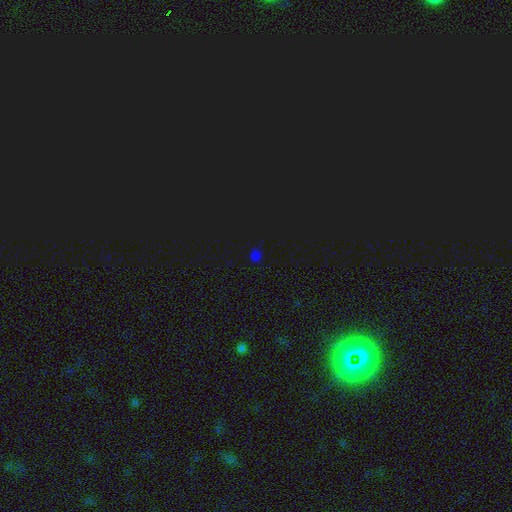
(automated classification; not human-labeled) Morphology: type=smooth (48%); merging=none (85%).